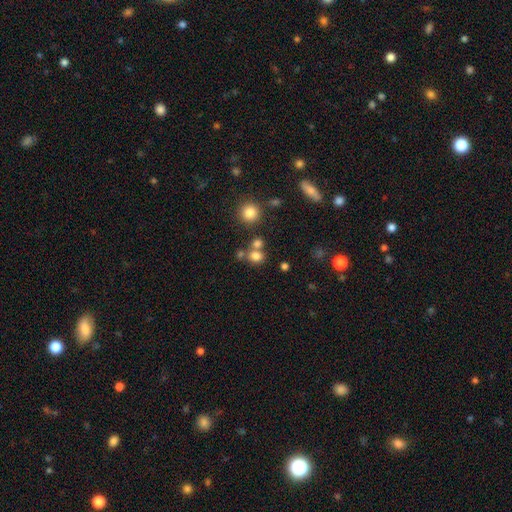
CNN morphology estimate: Smooth or featured? smooth (76%)
How rounded? round (69%)
Merging? none (57%)